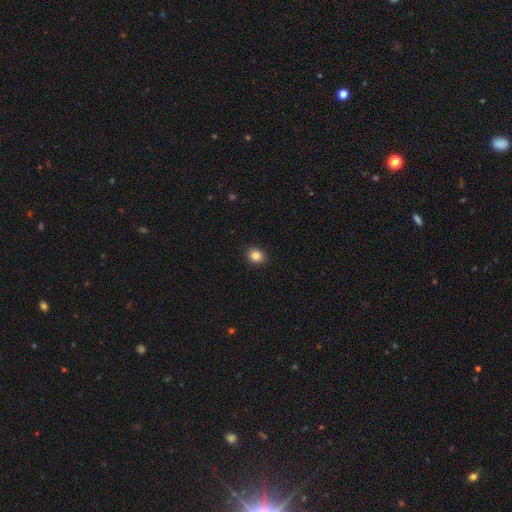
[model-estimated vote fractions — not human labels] smooth 84%, star or artifact 10%, featured or disk 6%. Down the decision tree: how rounded — round (50%); merging — none (90%).